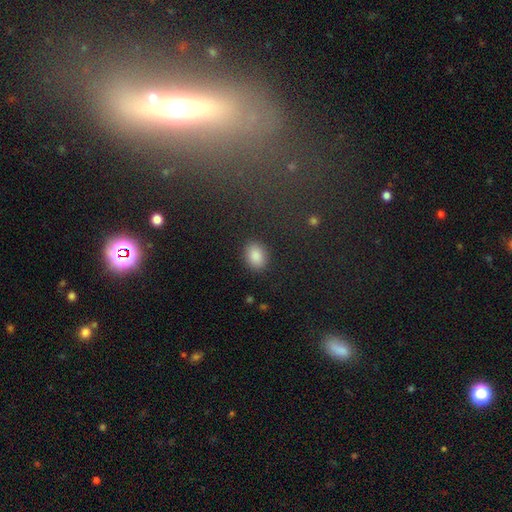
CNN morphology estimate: smooth-or-featured: smooth: 88% | star or artifact: 8% | featured or disk: 4%
  how-rounded: in between: 75% | round: 24% | cigar-shaped: 1%
  merging: none: 86% | minor disturbance: 10% | major disturbance: 3% | merger: 1%